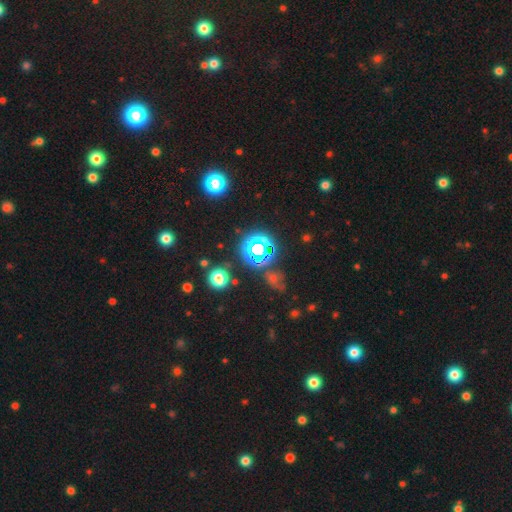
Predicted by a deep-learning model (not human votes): This is likely a star or artifact rather than a galaxy (68%).